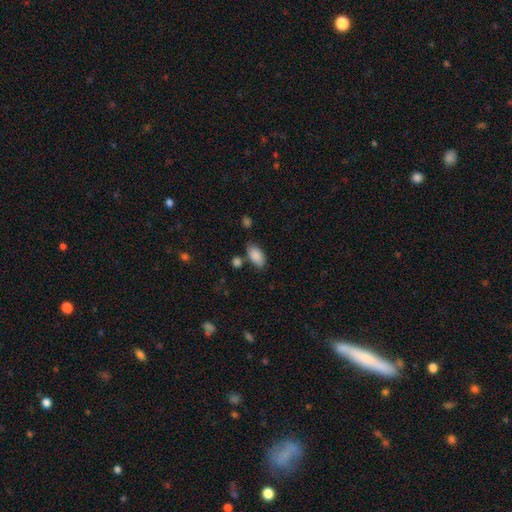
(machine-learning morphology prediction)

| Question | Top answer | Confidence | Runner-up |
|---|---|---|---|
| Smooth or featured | smooth | 86% | star or artifact (7%) |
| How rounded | in between | 94% | round (4%) |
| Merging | none | 68% | minor disturbance (18%) |